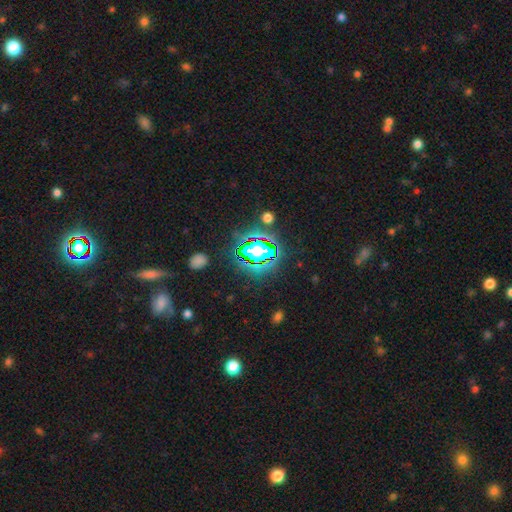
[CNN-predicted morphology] type=star or artifact (78%).